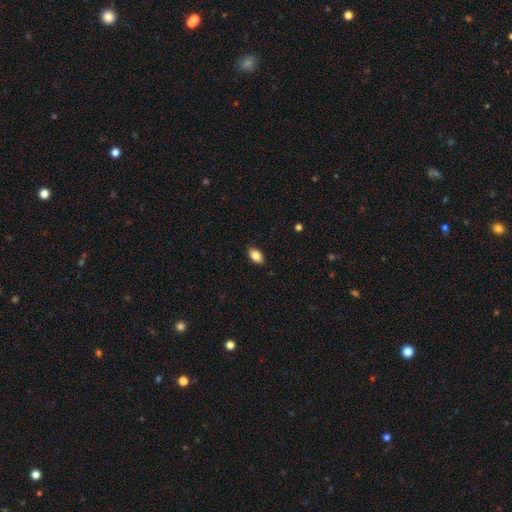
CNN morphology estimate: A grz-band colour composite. It shows a smooth galaxy with no disk features (85%) that is in between round and cigar-shaped (91%). Merging: none (87%).